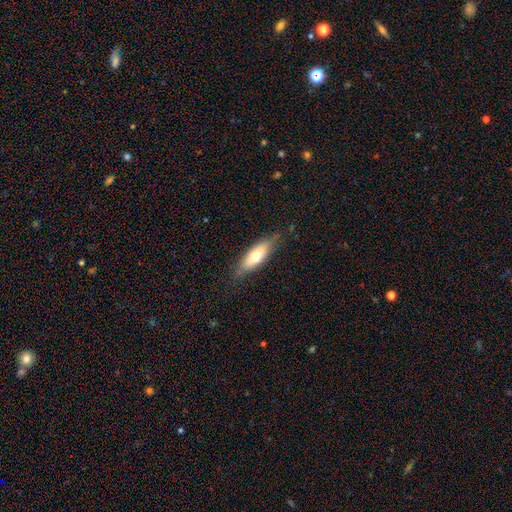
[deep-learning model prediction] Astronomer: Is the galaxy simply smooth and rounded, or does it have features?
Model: smooth — 60%.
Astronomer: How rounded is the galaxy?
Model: in between — 61% (runner-up: cigar-shaped, 37%).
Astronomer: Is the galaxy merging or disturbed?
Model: none — 77%.